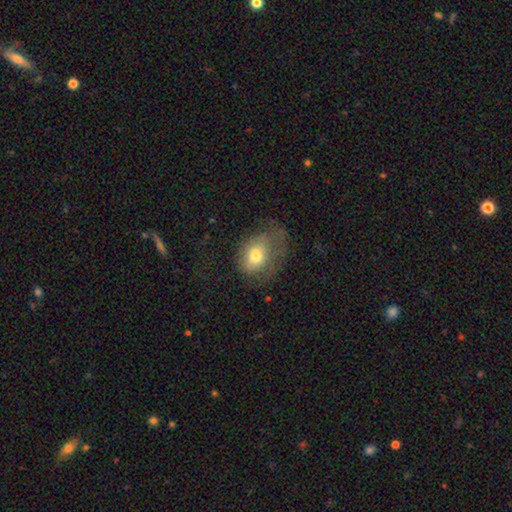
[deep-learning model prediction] smooth_or_featured: smooth (p=0.67) [alt: featured or disk p=0.23]
how_rounded: in between (p=0.66) [alt: round p=0.32]
merging: major disturbance (p=0.36) [alt: none p=0.34]